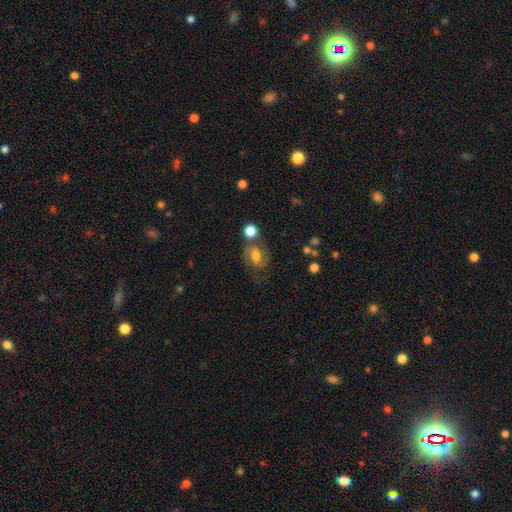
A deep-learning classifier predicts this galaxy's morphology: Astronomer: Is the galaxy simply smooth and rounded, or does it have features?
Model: featured or disk — 58%.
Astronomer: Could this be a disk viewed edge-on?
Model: no — 97%.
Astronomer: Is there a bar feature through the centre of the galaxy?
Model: weak — 47% (runner-up: no, 39%).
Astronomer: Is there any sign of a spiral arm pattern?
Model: yes — 89%.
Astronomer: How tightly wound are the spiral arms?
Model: medium — 53%.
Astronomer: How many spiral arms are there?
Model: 2 — 86%.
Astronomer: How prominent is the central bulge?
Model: moderate — 60%.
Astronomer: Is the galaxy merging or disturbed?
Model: none — 63%.